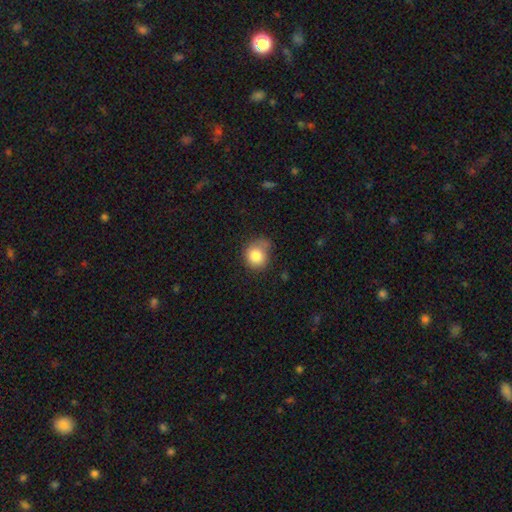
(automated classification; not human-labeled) Smooth or featured: smooth — 82% (star or artifact — 10%)
How rounded: round — 78% (in between — 21%)
Merging: none — 50% (minor disturbance — 32%)